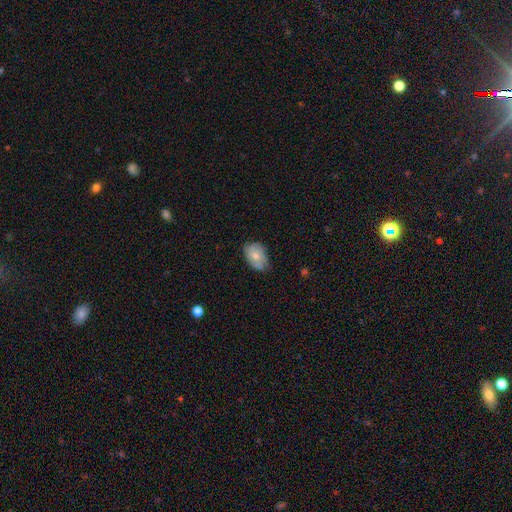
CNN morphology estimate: A smooth galaxy with no disk features (67%) that is in between round and cigar-shaped (84%).

Vote fractions:
- Smooth or featured? smooth: 67% / featured or disk: 26% / star or artifact: 7%
- How rounded? in between: 84% / round: 14% / cigar-shaped: 1%
- Merging? none: 62% / minor disturbance: 31% / major disturbance: 6% / merger: 1%